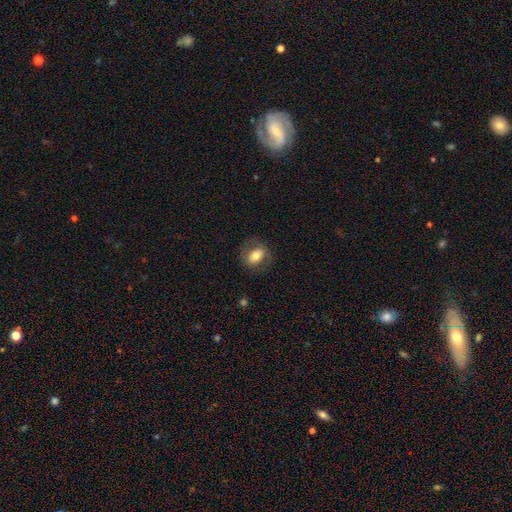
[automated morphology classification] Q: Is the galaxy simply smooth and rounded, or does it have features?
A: smooth — 59%.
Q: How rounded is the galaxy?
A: in between — 68%.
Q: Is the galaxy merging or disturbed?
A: none — 74%.